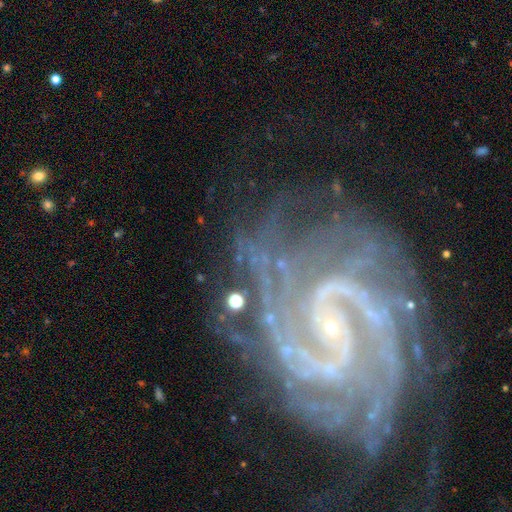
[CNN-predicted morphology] A featured or disk galaxy (88%) with no bar (47%), 2 (34%) tight (58%) spiral arms (97%) and a small central bulge (82%). Merging: none (59%).